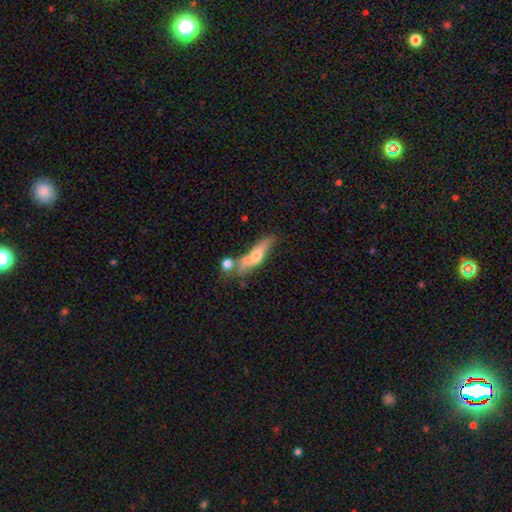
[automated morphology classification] Smooth or featured? smooth (51%)
How rounded? cigar-shaped (63%)
Merging? none (38%)